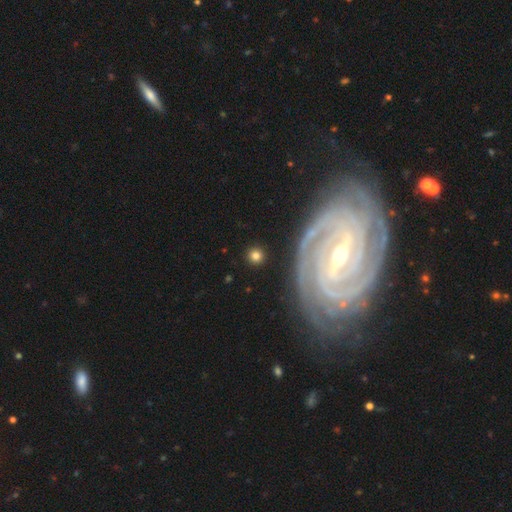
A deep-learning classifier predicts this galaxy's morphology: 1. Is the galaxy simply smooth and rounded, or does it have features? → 78% smooth, 13% featured or disk, 10% star or artifact.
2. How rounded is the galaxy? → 93% round, 6% in between, 1% cigar-shaped.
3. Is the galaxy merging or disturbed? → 89% none, 6% minor disturbance, 3% major disturbance, 2% merger.